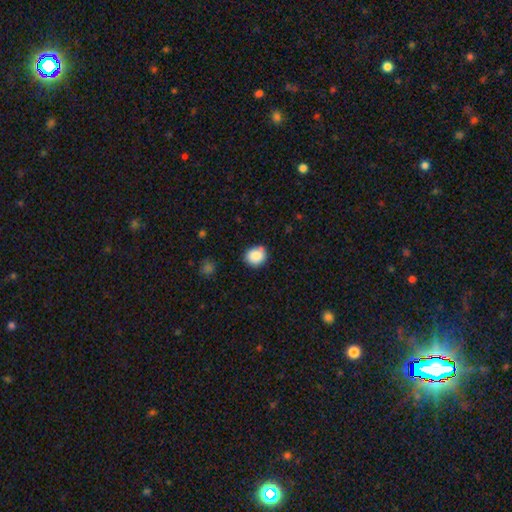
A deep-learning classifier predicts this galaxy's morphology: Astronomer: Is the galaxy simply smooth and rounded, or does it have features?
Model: smooth — 86%.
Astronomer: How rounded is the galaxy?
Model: round — 79%.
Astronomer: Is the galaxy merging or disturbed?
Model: none — 78%.